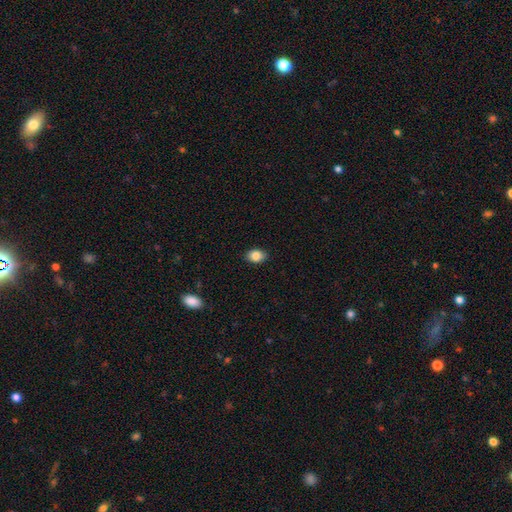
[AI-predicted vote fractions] Smooth or featured? Predicted: smooth (p=0.85). How rounded? Predicted: in between (p=0.76). Merging? Predicted: none (p=0.89).